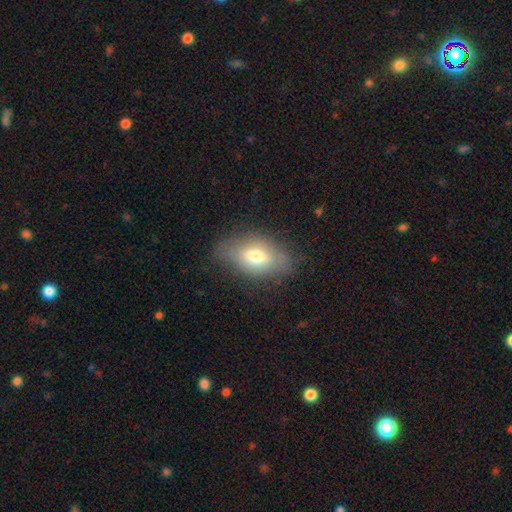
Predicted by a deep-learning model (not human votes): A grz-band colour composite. It shows a smooth galaxy with no disk features (68%) that is in between round and cigar-shaped (88%). Merging: none (74%).